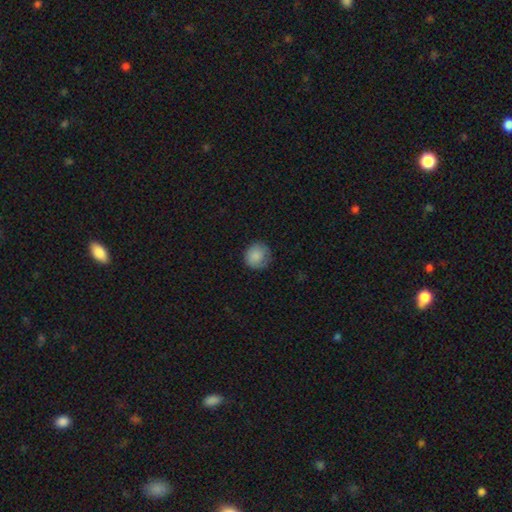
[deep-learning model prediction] smooth_or_featured: smooth (p=0.85) [alt: star or artifact p=0.07]
how_rounded: round (p=0.89) [alt: in between p=0.10]
merging: none (p=0.76) [alt: minor disturbance p=0.18]